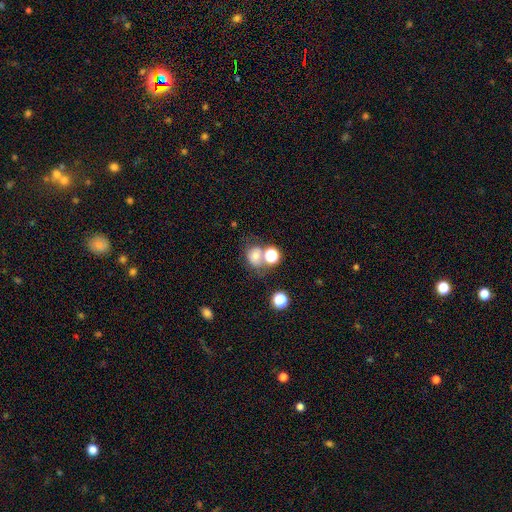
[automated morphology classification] smooth_or_featured: smooth (p=0.67) [alt: star or artifact p=0.18]
how_rounded: round (p=0.62) [alt: in between p=0.37]
merging: none (p=0.45) [alt: merger p=0.33]